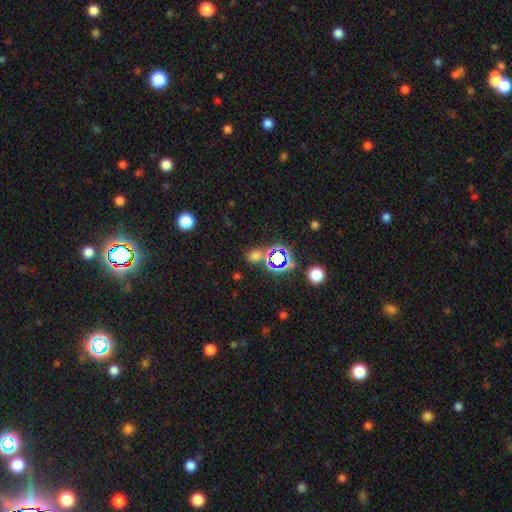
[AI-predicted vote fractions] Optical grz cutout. It shows a smooth galaxy with no disk features (51%) that is round (62%). Merging: none (73%).